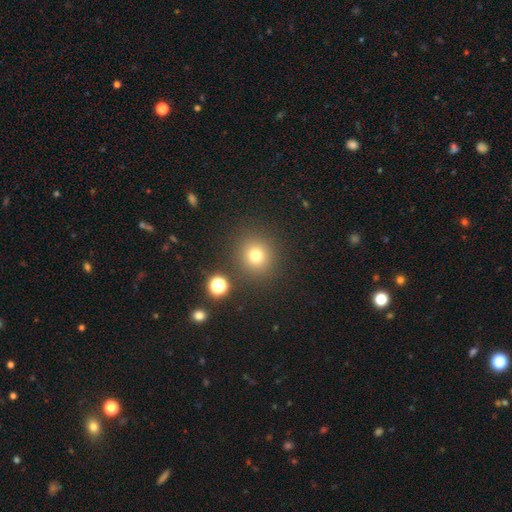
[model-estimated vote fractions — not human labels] Overall: smooth (75%). How rounded: round (90%). Merging: none (86%).